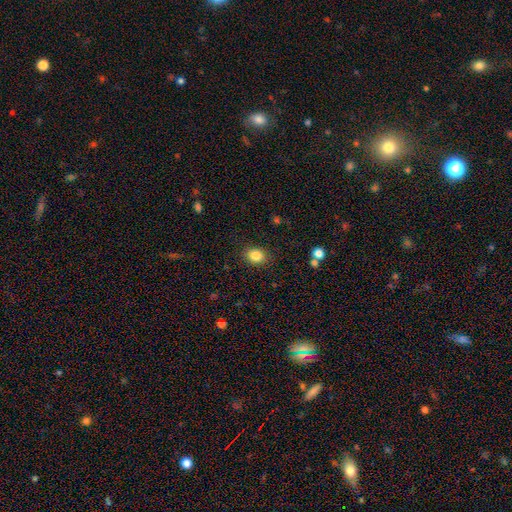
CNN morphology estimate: smooth_or_featured: smooth (p=0.85) [alt: star or artifact p=0.10]
how_rounded: in between (p=0.51) [alt: round p=0.48]
merging: none (p=0.87) [alt: minor disturbance p=0.09]